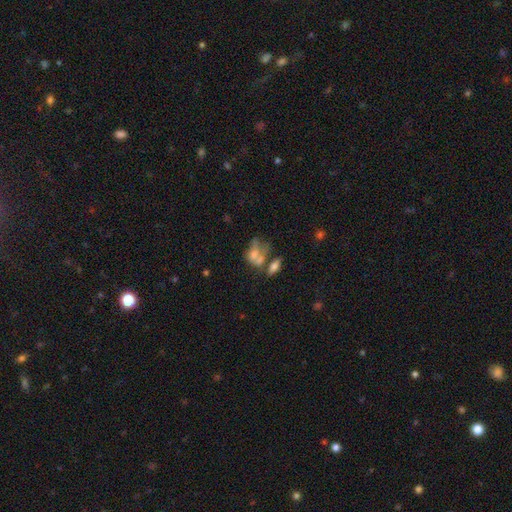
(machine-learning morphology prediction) smooth-or-featured: smooth: 56% | featured or disk: 32% | star or artifact: 12%
  how-rounded: in between: 78% | round: 18% | cigar-shaped: 4%
  merging: merger: 45% | none: 21% | major disturbance: 19% | minor disturbance: 14%